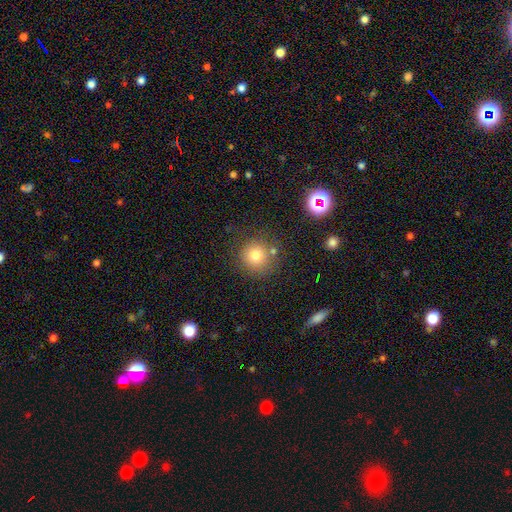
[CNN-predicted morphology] Smooth or featured?
  - smooth: 76% *
  - star or artifact: 13%
  - featured or disk: 10%
How rounded?
  - round: 93% *
  - in between: 6%
  - cigar-shaped: 1%
Merging?
  - none: 75% *
  - minor disturbance: 12%
  - merger: 9%
  - major disturbance: 5%